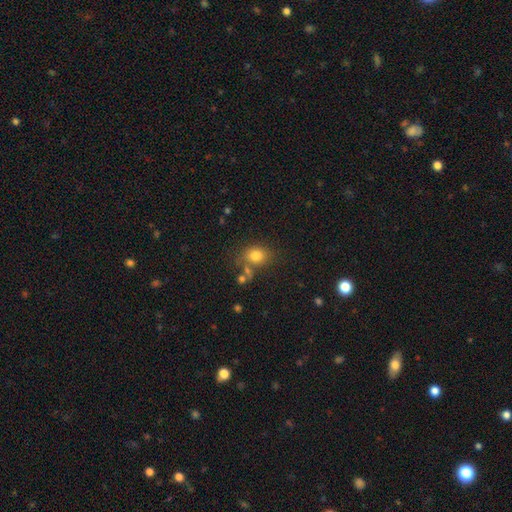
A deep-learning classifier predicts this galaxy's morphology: A smooth galaxy with no disk features (78%) that is round (55%). Merging: none (64%).